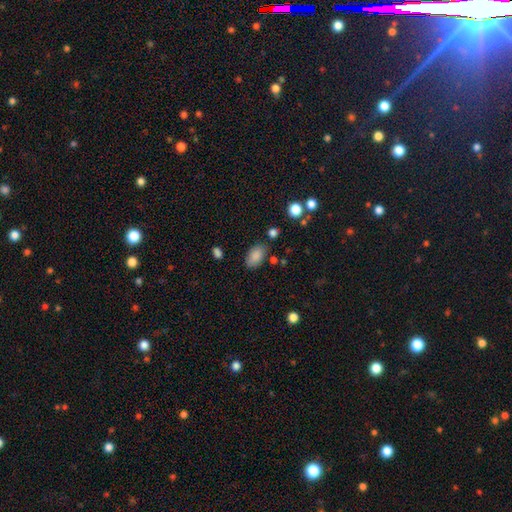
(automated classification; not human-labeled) The model was most divided on "merging": none: 77%, minor disturbance: 15%, major disturbance: 4%, merger: 4%. More confident: how rounded — in between (92%); smooth or featured — smooth (86%).